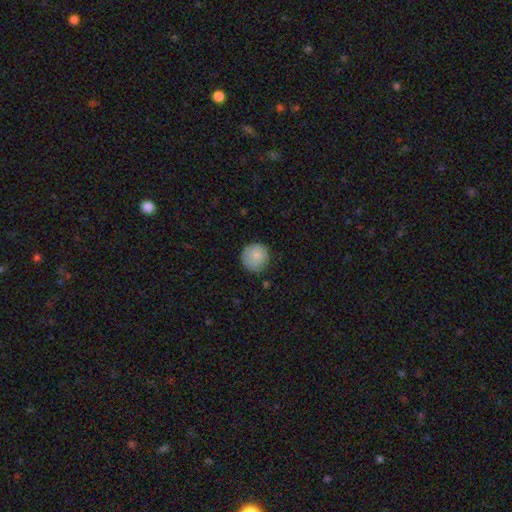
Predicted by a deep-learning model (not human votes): This appears to be a smooth galaxy with no disk features (82%) that is round (93%). Merging: none (80%).